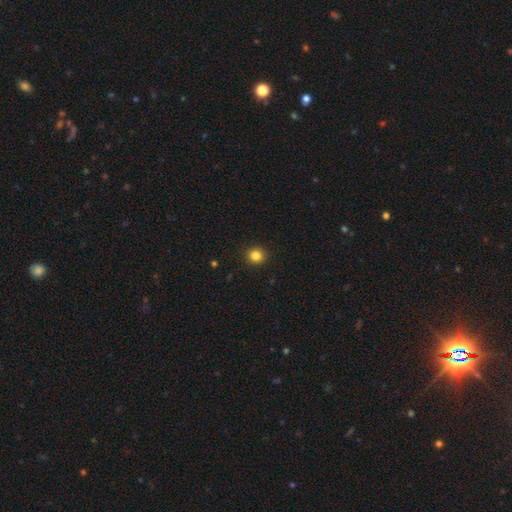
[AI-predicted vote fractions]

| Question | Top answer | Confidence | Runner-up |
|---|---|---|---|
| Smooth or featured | smooth | 84% | star or artifact (12%) |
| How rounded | round | 92% | in between (7%) |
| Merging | none | 92% | minor disturbance (5%) |